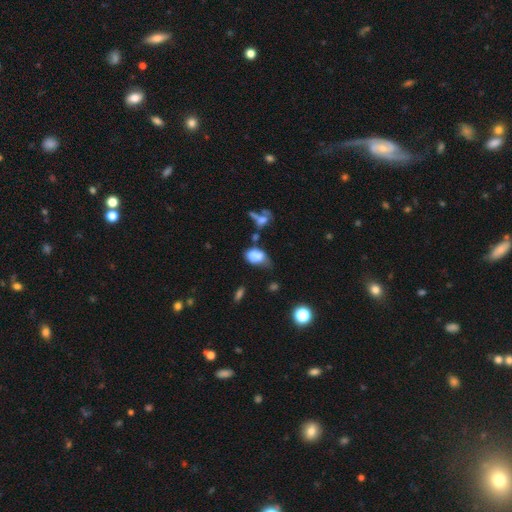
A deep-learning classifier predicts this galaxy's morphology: Smooth or featured? smooth (73%)
How rounded? in between (81%)
Merging? minor disturbance (33%)